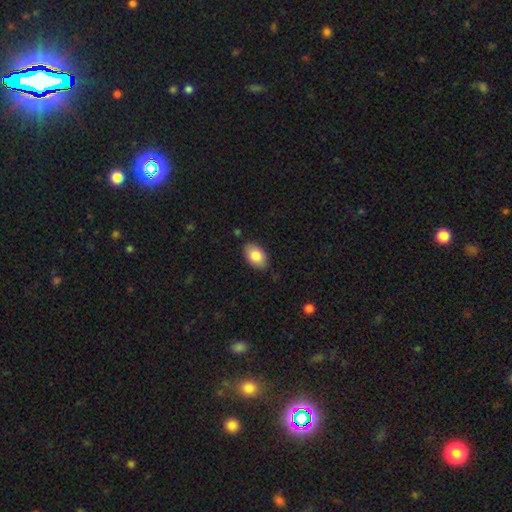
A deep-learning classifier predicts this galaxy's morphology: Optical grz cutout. It shows a smooth galaxy with no disk features (85%) that is in between round and cigar-shaped (92%). Merging: none (84%).